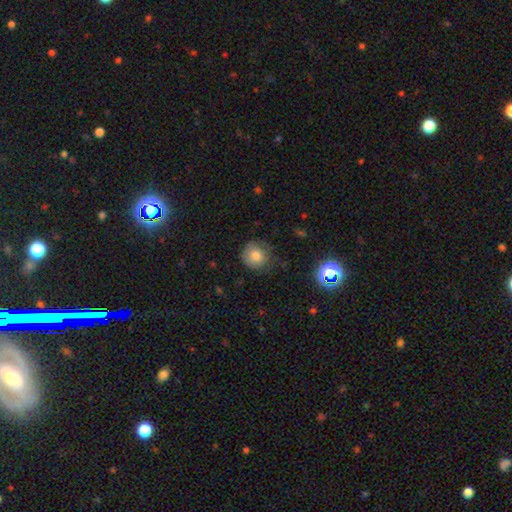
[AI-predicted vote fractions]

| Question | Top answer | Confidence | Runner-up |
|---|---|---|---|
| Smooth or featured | smooth | 77% | featured or disk (12%) |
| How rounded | round | 90% | in between (9%) |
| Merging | none | 69% | minor disturbance (22%) |